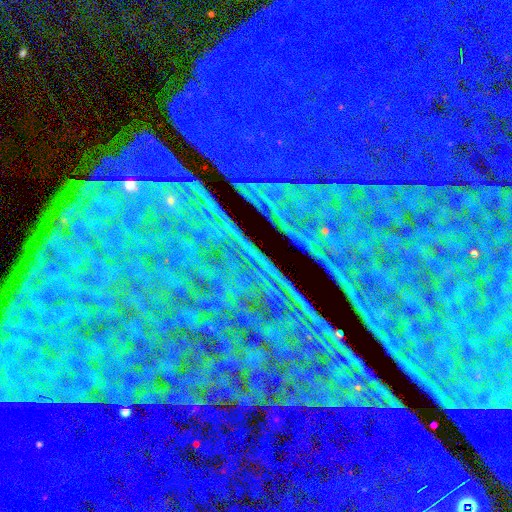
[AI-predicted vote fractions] Smooth or featured?
  - star or artifact: 88% *
  - featured or disk: 7%
  - smooth: 5%